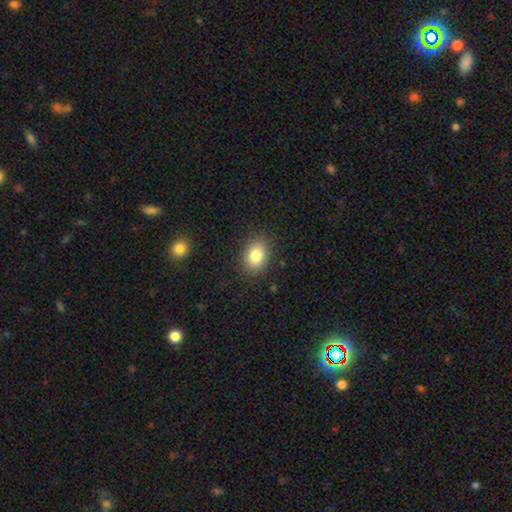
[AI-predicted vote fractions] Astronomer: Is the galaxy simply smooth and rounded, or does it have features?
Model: smooth — 83%.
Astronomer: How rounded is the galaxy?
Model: in between — 75%.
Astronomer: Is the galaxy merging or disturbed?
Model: none — 86%.